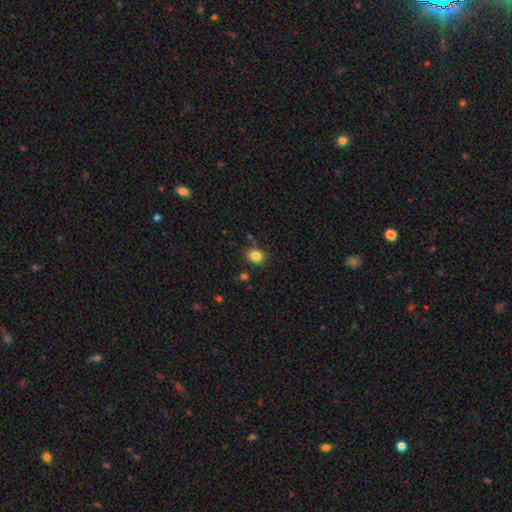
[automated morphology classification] Smooth or featured: smooth — 84% (star or artifact — 11%)
How rounded: round — 61% (in between — 39%)
Merging: none — 83% (minor disturbance — 11%)